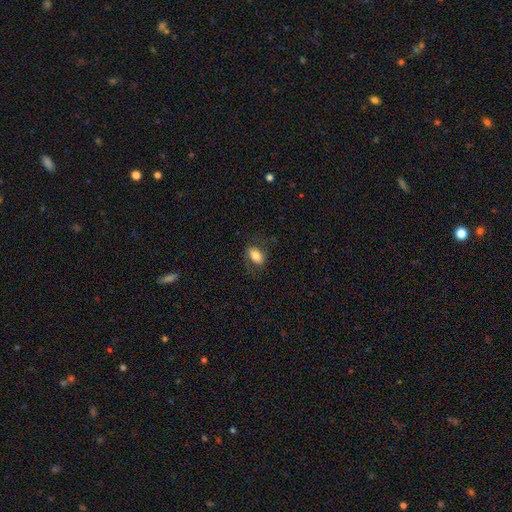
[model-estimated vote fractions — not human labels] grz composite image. It shows a smooth galaxy with no disk features (79%) that is in between round and cigar-shaped (90%). Merging: none (78%).